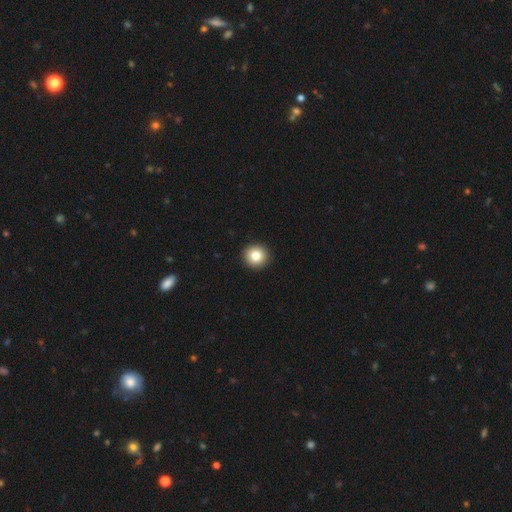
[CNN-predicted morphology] A smooth galaxy with no disk features (83%) that is round (95%). Merging: none (94%).